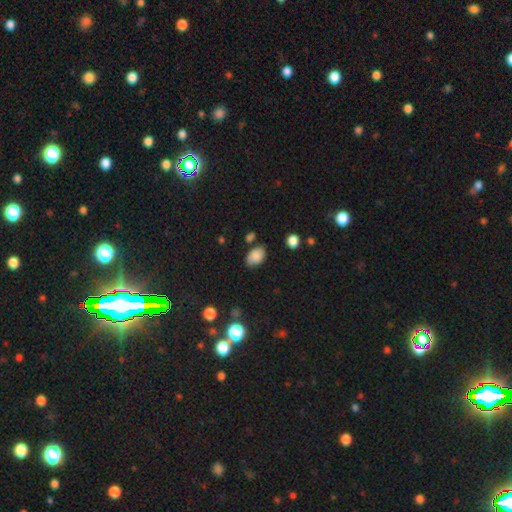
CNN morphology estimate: smooth-or-featured: smooth: 81% | featured or disk: 9% | star or artifact: 9%
  how-rounded: in between: 85% | round: 14% | cigar-shaped: 1%
  merging: none: 66% | minor disturbance: 24% | major disturbance: 5% | merger: 5%